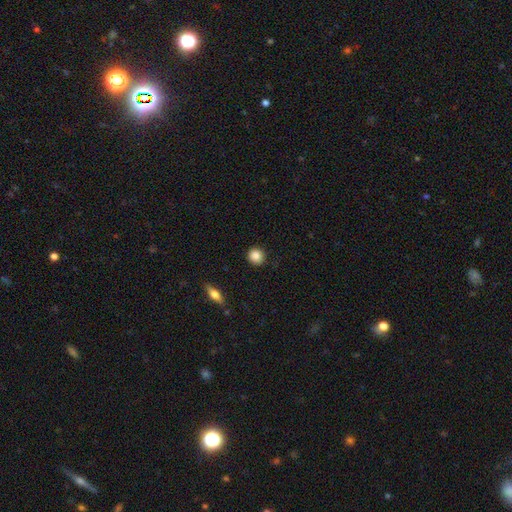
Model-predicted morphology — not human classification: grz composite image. It shows a smooth galaxy with no disk features (87%) that is round (92%). Merging: none (91%).